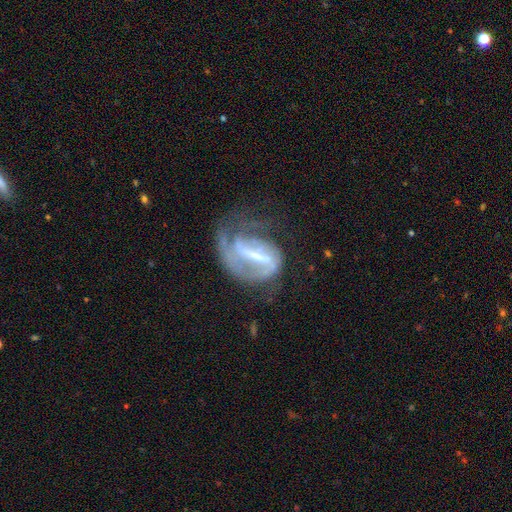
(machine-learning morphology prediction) smooth-or-featured: featured or disk: 81% | smooth: 12% | star or artifact: 7%
  disk-edge-on: no: 95% | yes: 5%
    bar: strong: 62% | weak: 29% | no: 9%
    has-spiral-arms: yes: 84% | no: 16%
      spiral-winding: medium: 39% | tight: 36% | loose: 25%
      spiral-arm-count: 1: 39% | 2: 35% | can't tell: 17% | 3: 5% | 4: 2% | more than 4: 2%
    bulge-size: small: 38% | moderate: 27% | none: 26% | large: 6% | dominant: 2%
  merging: major disturbance: 41% | none: 35% | minor disturbance: 21% | merger: 4%